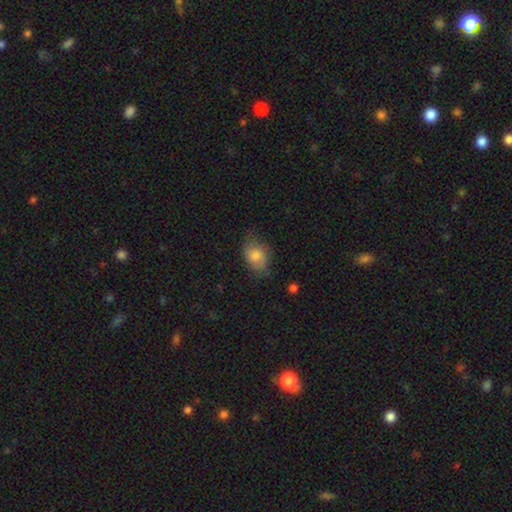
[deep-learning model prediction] This is likely a smooth galaxy (76%). How rounded: likely in between (75%). Merging: possibly none (58%).